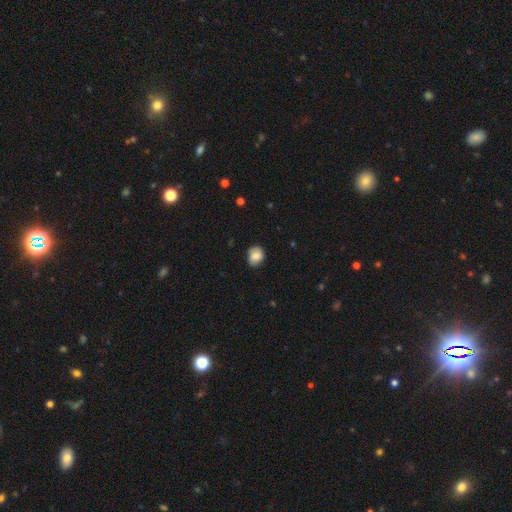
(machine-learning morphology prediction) Smooth or featured: smooth — 78% (featured or disk — 14%)
How rounded: round — 58% (in between — 41%)
Merging: none — 78% (minor disturbance — 17%)